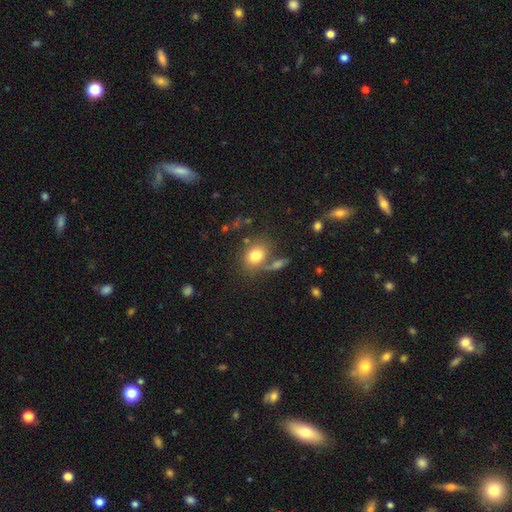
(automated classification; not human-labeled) This is likely a smooth galaxy (77%). How rounded: possibly in between (54%). Merging: likely none (62%).